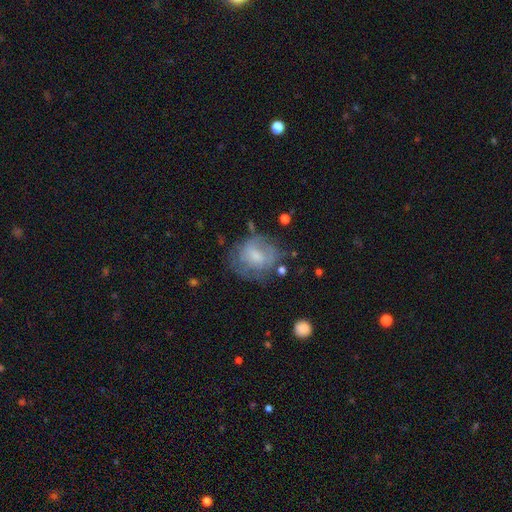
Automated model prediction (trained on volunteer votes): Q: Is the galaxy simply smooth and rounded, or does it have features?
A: smooth — 50%.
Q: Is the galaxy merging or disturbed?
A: none — 55%.